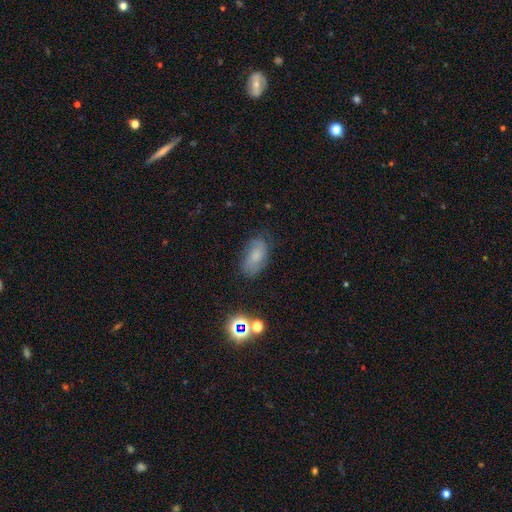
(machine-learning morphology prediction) Q: Smooth or featured?
A: smooth (58%); runner-up: featured or disk (29%)
Q: How rounded?
A: in between (90%); runner-up: round (7%)
Q: Merging?
A: none (71%); runner-up: minor disturbance (21%)